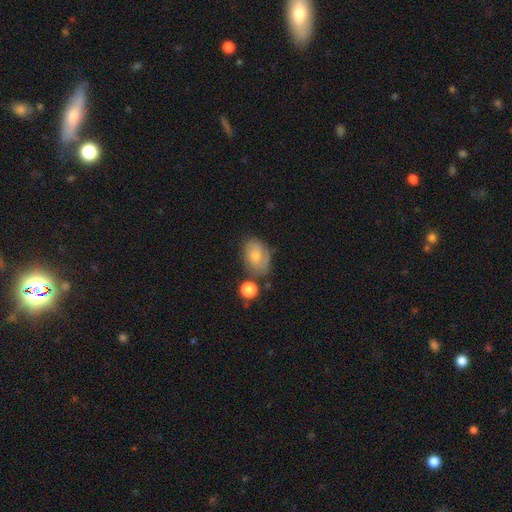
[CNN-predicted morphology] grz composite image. It shows a smooth galaxy with no disk features (51%) that is in between round and cigar-shaped (75%). Merging: none (59%).